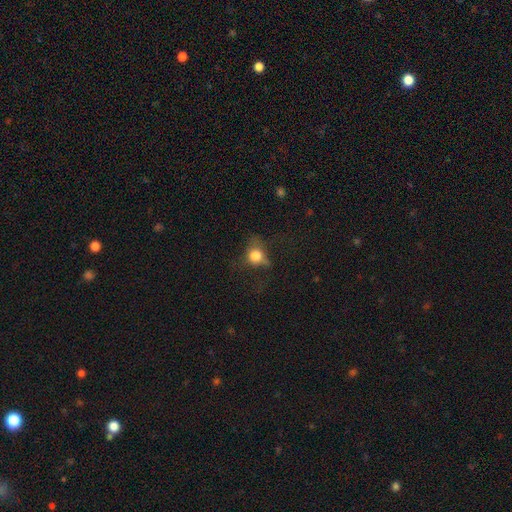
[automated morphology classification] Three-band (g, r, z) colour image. It shows a smooth galaxy with no disk features (71%) that is round (67%). Merging: none (43%).